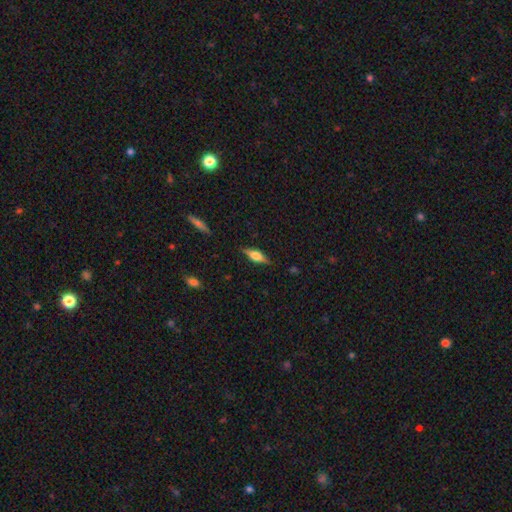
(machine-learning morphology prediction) smooth-or-featured: featured or disk: 55% | smooth: 37% | star or artifact: 7%
  disk-edge-on: yes: 94% | no: 6%
    edge-on-bulge: rounded: 86% | boxy: 12% | none: 2%
  merging: none: 86% | minor disturbance: 11% | major disturbance: 2% | merger: 1%